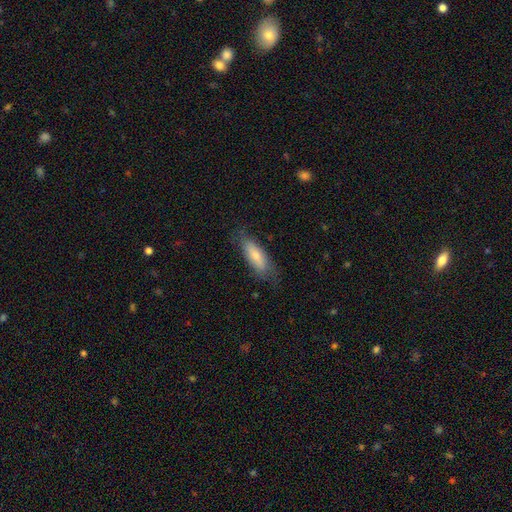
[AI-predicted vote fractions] This appears to be a smooth galaxy with no disk features (71%) that is in between round and cigar-shaped (58%). Merging: none (71%).